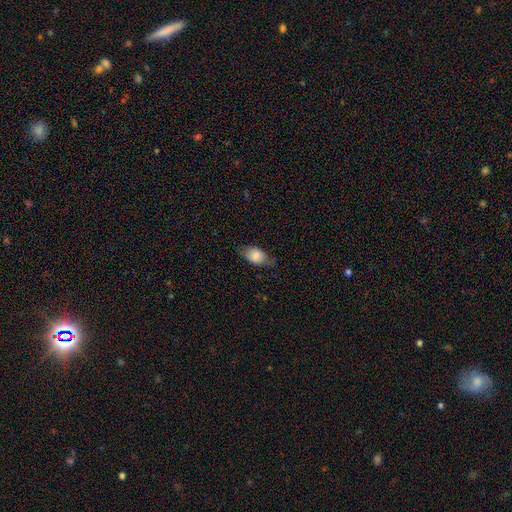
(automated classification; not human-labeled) This is clearly a smooth galaxy (80%). How rounded: clearly in between (87%). Merging: likely none (73%).